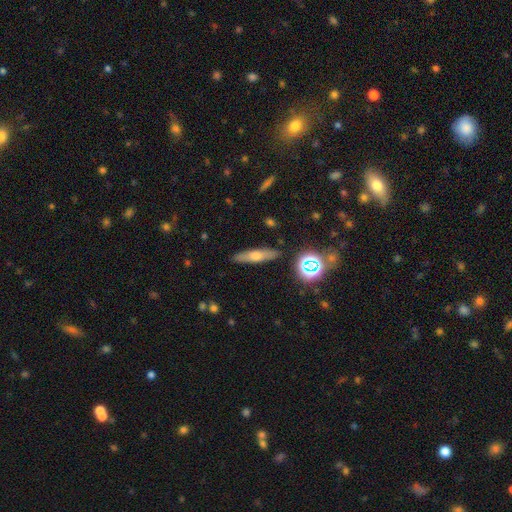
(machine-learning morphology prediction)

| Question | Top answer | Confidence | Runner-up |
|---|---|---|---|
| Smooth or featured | smooth | 51% | featured or disk (38%) |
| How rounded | cigar-shaped | 76% | in between (20%) |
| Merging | none | 88% | minor disturbance (8%) |